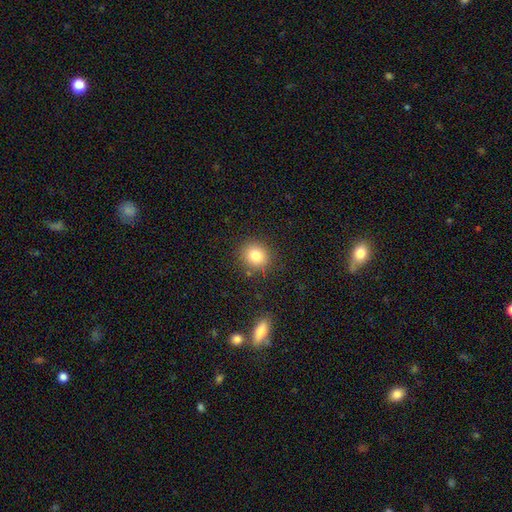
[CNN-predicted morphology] smooth_or_featured: smooth (p=0.81) [alt: star or artifact p=0.11]
how_rounded: round (p=0.84) [alt: in between p=0.15]
merging: none (p=0.87) [alt: minor disturbance p=0.08]